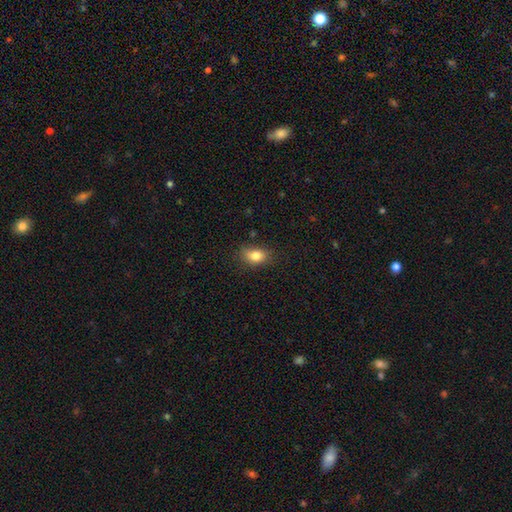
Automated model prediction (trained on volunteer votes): Smooth or featured? Predicted: smooth (p=0.82). How rounded? Predicted: in between (p=0.77). Merging? Predicted: none (p=0.79).